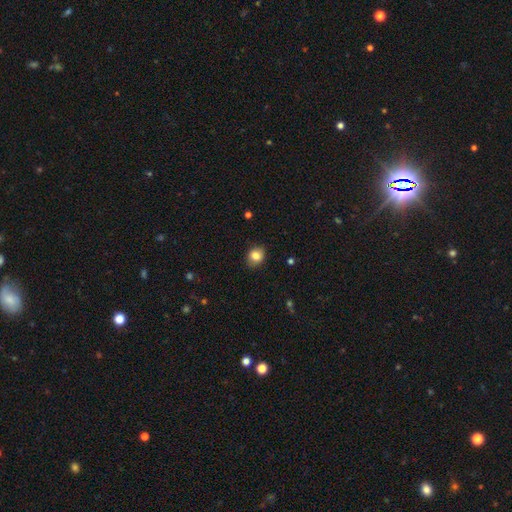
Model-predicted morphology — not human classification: Q: Smooth or featured?
A: smooth (83%); runner-up: star or artifact (9%)
Q: How rounded?
A: round (57%); runner-up: in between (42%)
Q: Merging?
A: none (81%); runner-up: minor disturbance (15%)